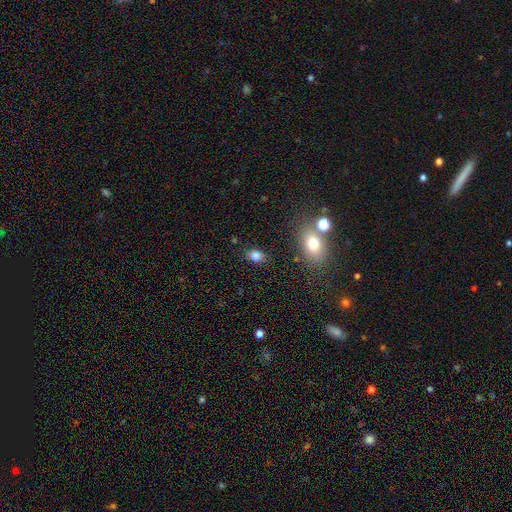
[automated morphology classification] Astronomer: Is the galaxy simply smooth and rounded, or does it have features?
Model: smooth — 82%.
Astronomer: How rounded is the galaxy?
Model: in between — 75%.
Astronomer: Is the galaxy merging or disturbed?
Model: none — 81%.